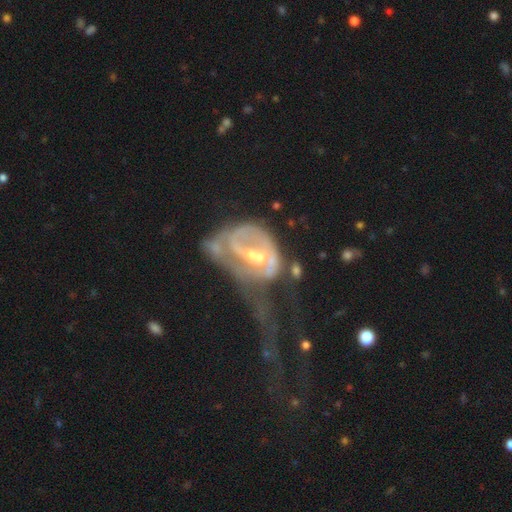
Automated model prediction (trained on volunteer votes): Morphology: type=featured or disk (75%); edge-on=no (97%); bar=no (49%); spiral arms=yes (57%); bulge=small (50%); merging=major disturbance (47%).